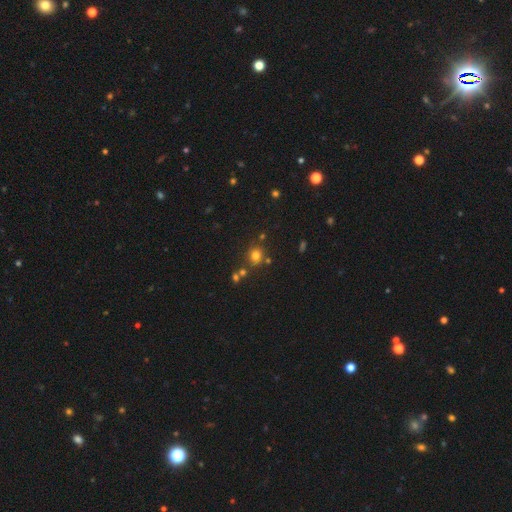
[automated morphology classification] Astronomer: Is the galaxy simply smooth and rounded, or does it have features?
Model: smooth — 74%.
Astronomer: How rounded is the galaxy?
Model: round — 81%.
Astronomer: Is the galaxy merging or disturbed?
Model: none — 77%.